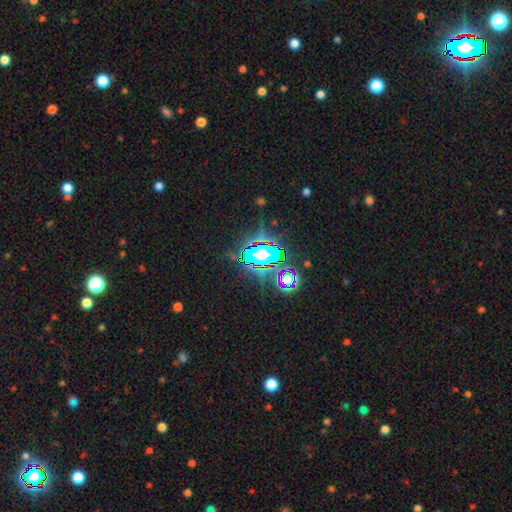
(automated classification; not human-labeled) star or artifact 80%, smooth 11%, featured or disk 9%.